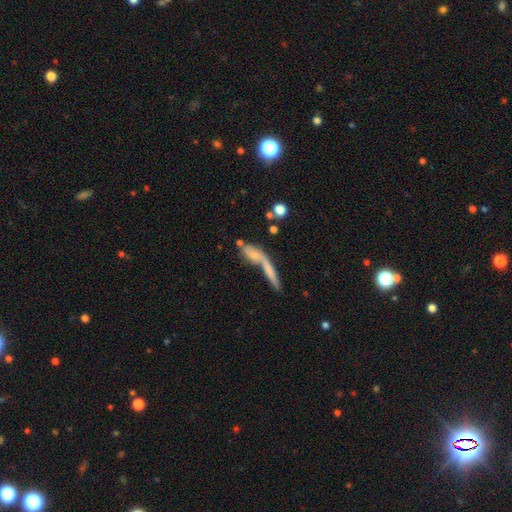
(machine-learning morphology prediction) A smooth galaxy with no disk features (51%) that is cigar-shaped (59%).

Vote fractions:
- Smooth or featured? smooth: 51% / featured or disk: 39% / star or artifact: 10%
- How rounded? cigar-shaped: 59% / in between: 34% / round: 7%
- Merging? merger: 51% / none: 25% / major disturbance: 13% / minor disturbance: 11%